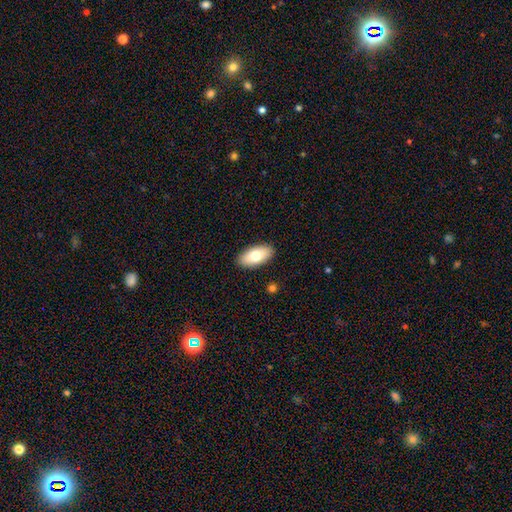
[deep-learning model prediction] Smooth or featured? Predicted: smooth (p=0.74). How rounded? Predicted: in between (p=0.93). Merging? Predicted: none (p=0.90).